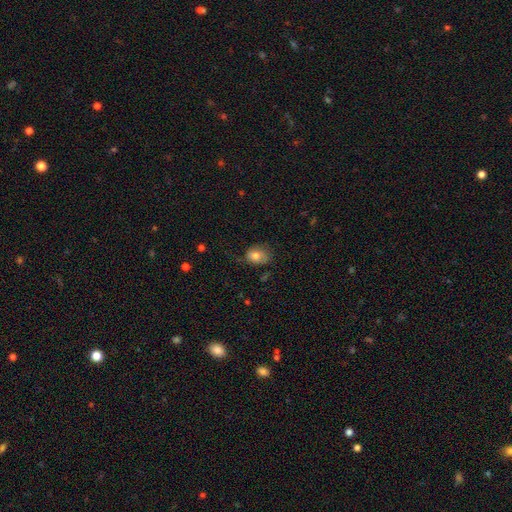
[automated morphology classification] Q: Smooth or featured?
A: smooth (73%); runner-up: featured or disk (18%)
Q: How rounded?
A: in between (64%); runner-up: round (35%)
Q: Merging?
A: none (56%); runner-up: minor disturbance (30%)